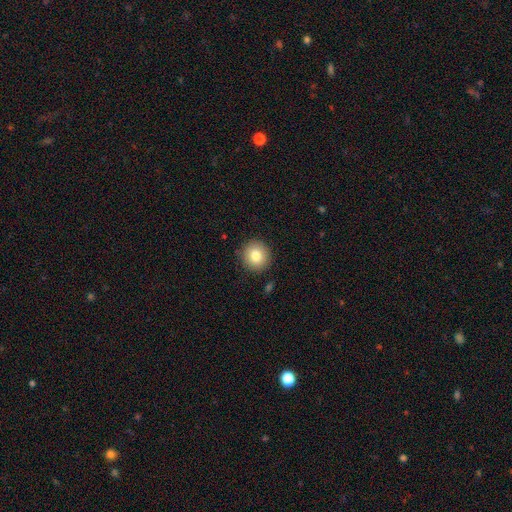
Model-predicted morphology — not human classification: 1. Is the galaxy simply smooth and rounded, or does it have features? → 81% smooth, 10% featured or disk, 10% star or artifact.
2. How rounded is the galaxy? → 92% round, 7% in between, 1% cigar-shaped.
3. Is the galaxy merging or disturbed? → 89% none, 7% minor disturbance, 2% major disturbance, 1% merger.